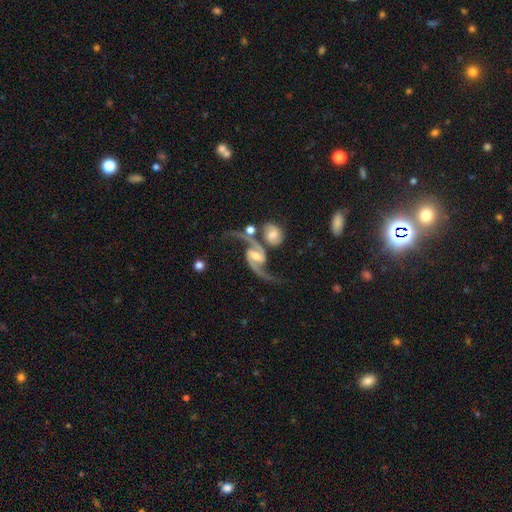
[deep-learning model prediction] This is clearly a featured or disk galaxy (92%). It is clearly not viewed edge-on (97%). Bar: possibly weak (46%). Spiral arm pattern: clearly yes (98%). Spiral arm count: clearly 2 (95%). Spiral winding: likely loose (62%). Central bulge: possibly moderate (53%). Merging: likely none (61%).